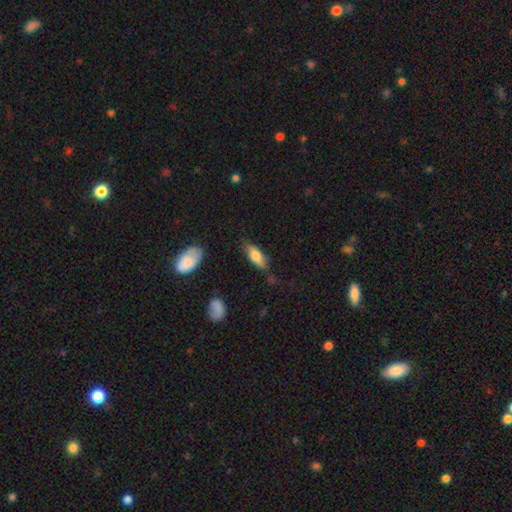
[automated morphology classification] Smooth or featured? Predicted: smooth (p=0.72). How rounded? Predicted: in between (p=0.68). Merging? Predicted: none (p=0.67).